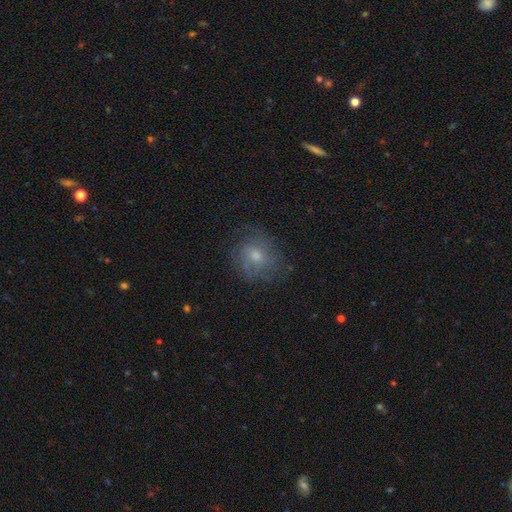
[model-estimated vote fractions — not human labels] smooth_or_featured: featured or disk (p=0.50) [alt: smooth p=0.36]
merging: none (p=0.72) [alt: minor disturbance p=0.18]